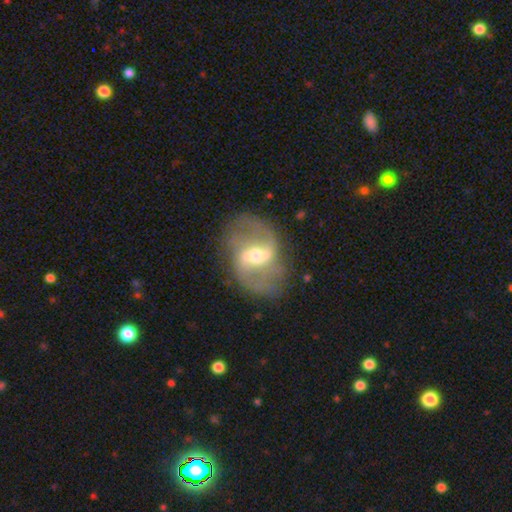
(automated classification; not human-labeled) Smooth or featured? Predicted: featured or disk (p=0.85). Edge-on disk? Predicted: no (p=0.96). Bar? Predicted: weak (p=0.46). Spiral arms? Predicted: yes (p=0.91). Spiral winding? Predicted: loose (p=0.53). Spiral arm count? Predicted: 2 (p=0.89). Bulge size? Predicted: moderate (p=0.57). Merging? Predicted: none (p=0.76).